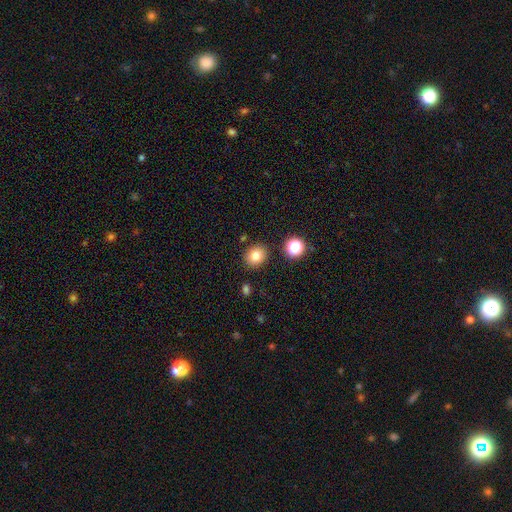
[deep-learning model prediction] A smooth galaxy with no disk features (80%) that is round (71%). Merging: none (86%).